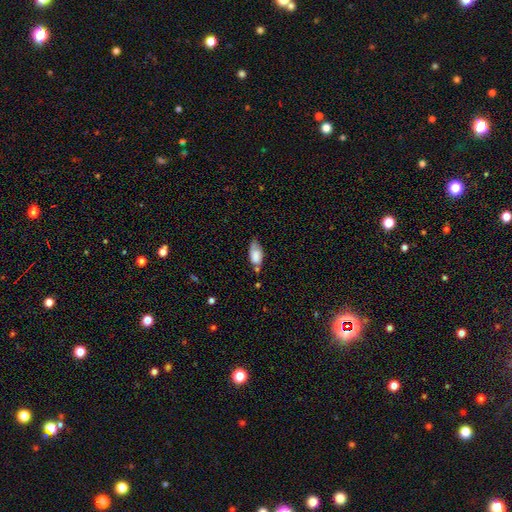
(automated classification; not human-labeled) Smooth or featured? Predicted: smooth (p=0.77). How rounded? Predicted: in between (p=0.89). Merging? Predicted: none (p=0.46).